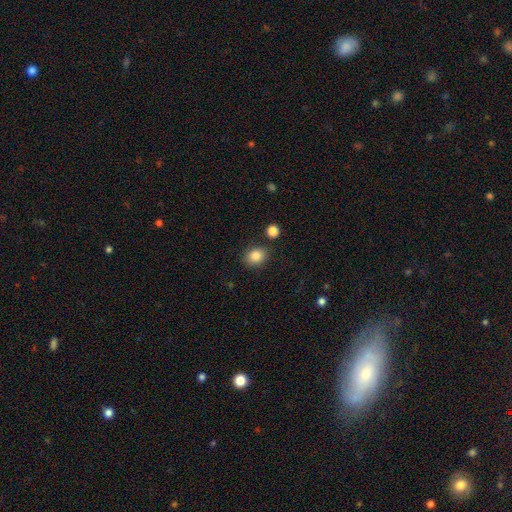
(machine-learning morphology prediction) Smooth or featured? Predicted: smooth (p=0.85). How rounded? Predicted: round (p=0.55). Merging? Predicted: none (p=0.83).